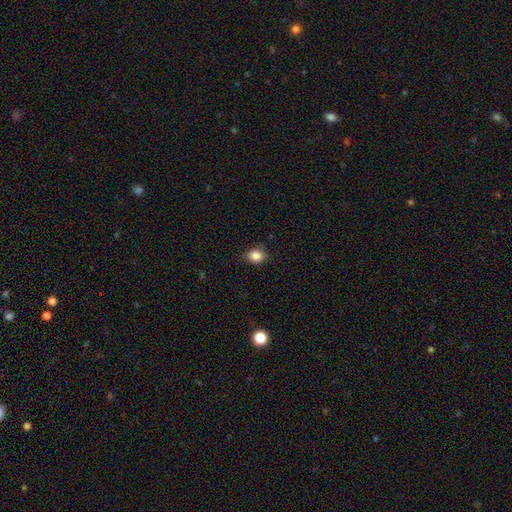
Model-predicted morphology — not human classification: This appears to be a smooth galaxy with no disk features (84%) that is round (59%). Merging: none (80%).